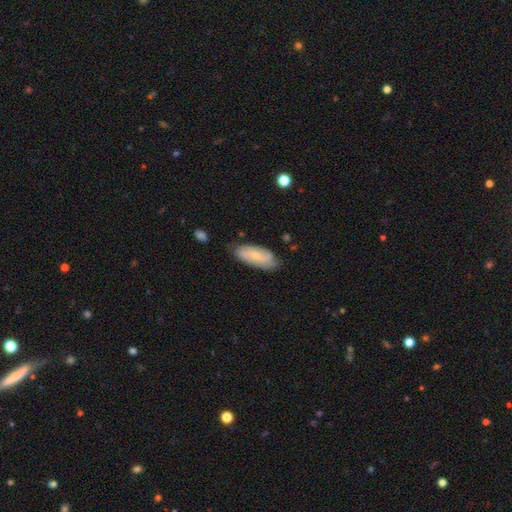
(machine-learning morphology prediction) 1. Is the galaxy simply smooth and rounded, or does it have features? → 49% smooth, 44% featured or disk, 7% star or artifact.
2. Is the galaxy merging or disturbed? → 70% none, 23% minor disturbance, 5% major disturbance, 2% merger.